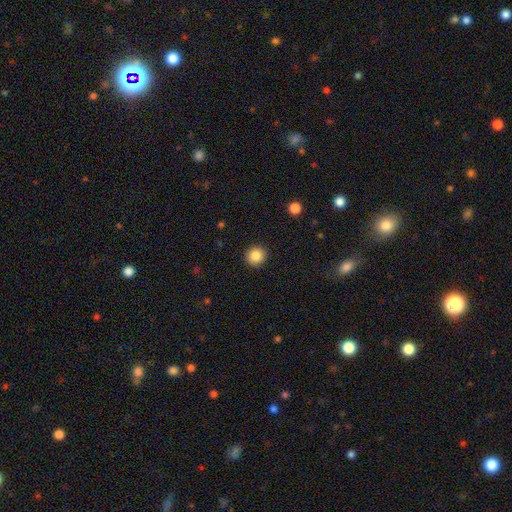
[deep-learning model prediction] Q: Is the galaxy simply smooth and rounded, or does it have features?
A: smooth — 86%.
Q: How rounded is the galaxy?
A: round — 93%.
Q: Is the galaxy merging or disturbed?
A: none — 92%.